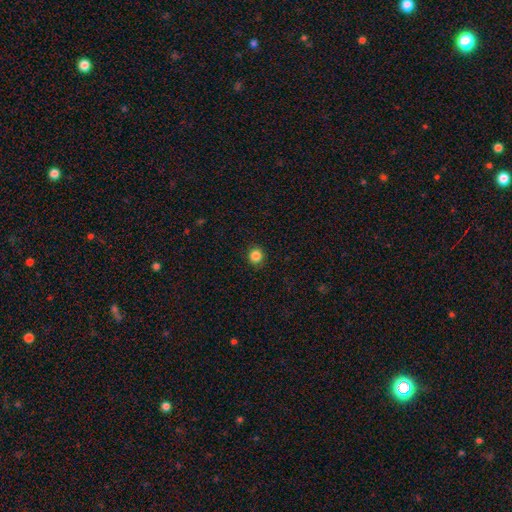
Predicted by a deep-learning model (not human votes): The model was most divided on "smooth or featured": smooth: 85%, star or artifact: 11%, featured or disk: 4%. More confident: merging — none (91%); how rounded — round (89%).